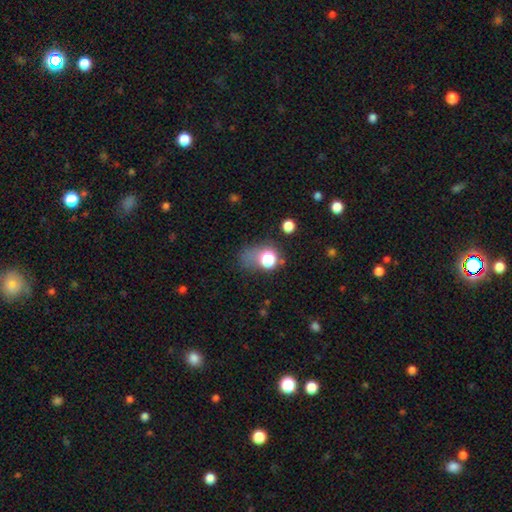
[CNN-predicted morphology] Smooth or featured?
  - smooth: 58% *
  - star or artifact: 32%
  - featured or disk: 10%
How rounded?
  - round: 53% *
  - in between: 45%
  - cigar-shaped: 2%
Merging?
  - none: 51% *
  - major disturbance: 21%
  - minor disturbance: 20%
  - merger: 8%